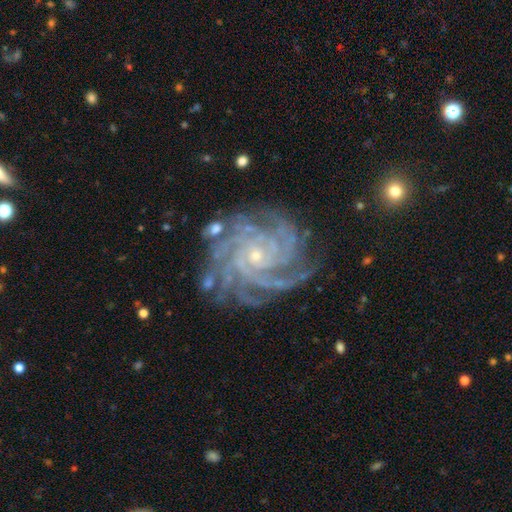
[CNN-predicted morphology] This is clearly a featured or disk galaxy (92%). It is clearly not viewed edge-on (98%). Bar: likely no (70%). Spiral arm pattern: clearly yes (99%). Spiral arm count: marginally more than 4 (33%). Spiral winding: clearly tight (80%). Central bulge: clearly small (80%). Merging: likely none (80%).